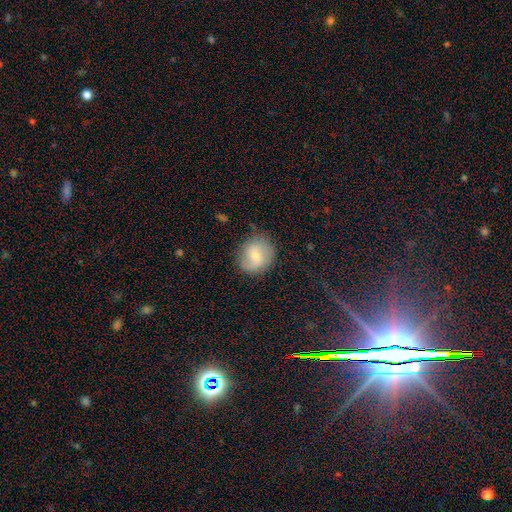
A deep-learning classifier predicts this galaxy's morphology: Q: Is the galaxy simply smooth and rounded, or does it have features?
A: smooth — 56%.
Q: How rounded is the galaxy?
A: round — 78%.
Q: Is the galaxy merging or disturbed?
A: none — 75%.